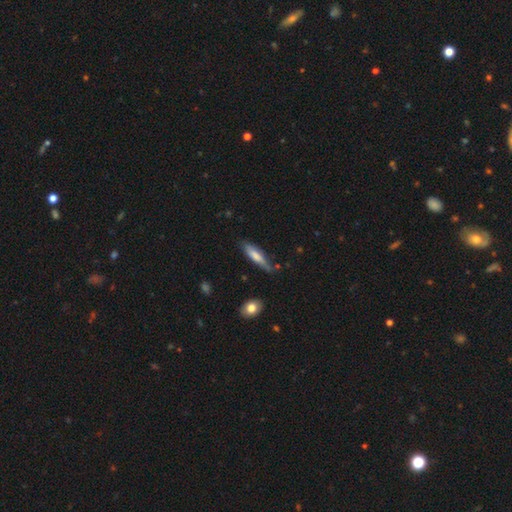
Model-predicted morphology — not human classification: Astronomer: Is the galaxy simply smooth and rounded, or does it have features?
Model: smooth — 69%.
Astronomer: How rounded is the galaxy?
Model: cigar-shaped — 74%.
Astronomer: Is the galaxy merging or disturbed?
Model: none — 69%.